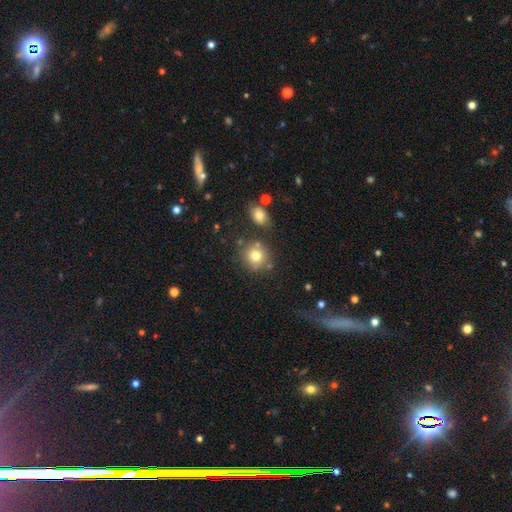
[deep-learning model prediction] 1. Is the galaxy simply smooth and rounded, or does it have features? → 76% smooth, 12% star or artifact, 12% featured or disk.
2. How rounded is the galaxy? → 88% round, 11% in between, 1% cigar-shaped.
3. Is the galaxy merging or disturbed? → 74% none, 11% minor disturbance, 11% merger, 4% major disturbance.